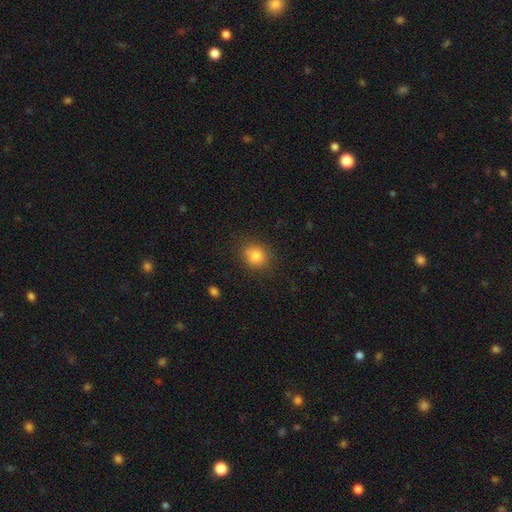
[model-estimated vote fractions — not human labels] This is clearly a smooth galaxy (81%). How rounded: likely round (79%). Merging: likely none (76%).